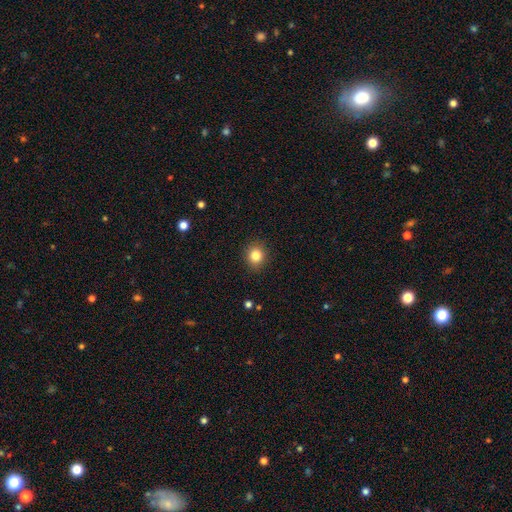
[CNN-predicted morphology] smooth_or_featured: smooth (p=0.83) [alt: star or artifact p=0.11]
how_rounded: round (p=0.81) [alt: in between p=0.18]
merging: none (p=0.90) [alt: minor disturbance p=0.07]